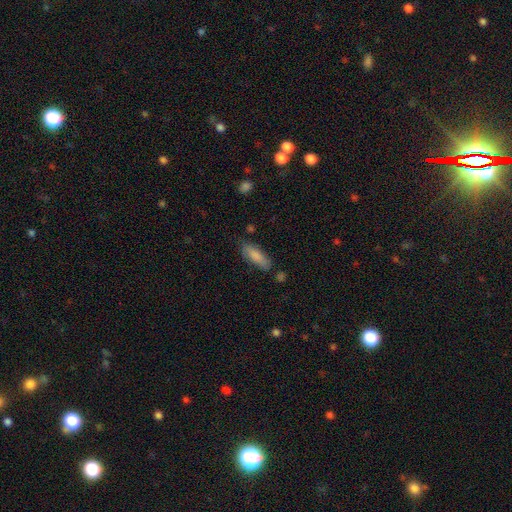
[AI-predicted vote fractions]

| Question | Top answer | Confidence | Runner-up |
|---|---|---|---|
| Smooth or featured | smooth | 83% | featured or disk (11%) |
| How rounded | in between | 58% | cigar-shaped (40%) |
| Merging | none | 72% | minor disturbance (20%) |